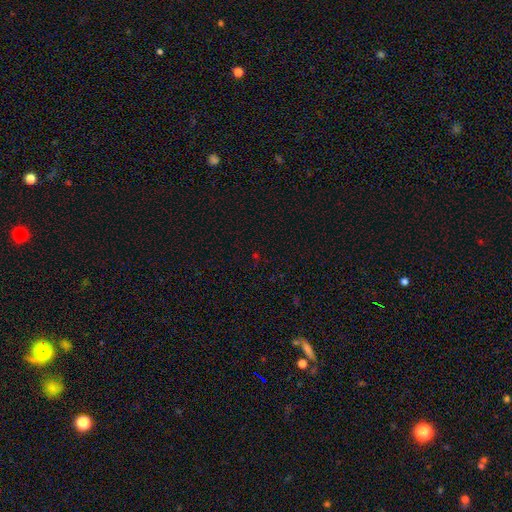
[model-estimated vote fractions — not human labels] The model was most divided on "smooth or featured": star or artifact: 65%, smooth: 27%, featured or disk: 8%.